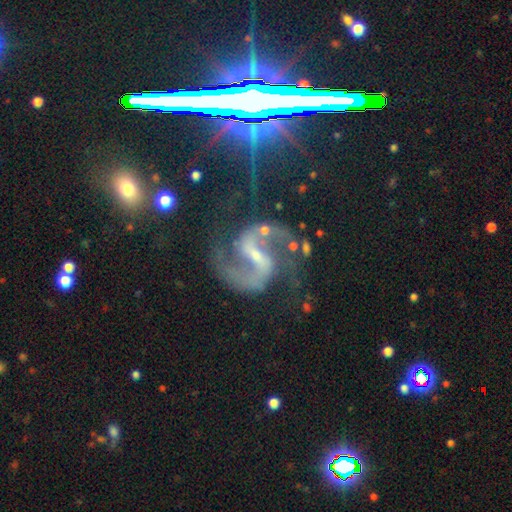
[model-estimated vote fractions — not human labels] smooth-or-featured: featured or disk: 87% | star or artifact: 10% | smooth: 3%
  disk-edge-on: no: 98% | yes: 2%
    bar: strong: 56% | weak: 33% | no: 11%
    has-spiral-arms: yes: 98% | no: 2%
      spiral-winding: medium: 59% | loose: 30% | tight: 11%
      spiral-arm-count: 2: 94% | can't tell: 2% | 3: 1% | 1: 1% | 4: 1% | more than 4: 1%
    bulge-size: small: 63% | moderate: 21% | none: 13% | large: 2% | dominant: 1%
  merging: none: 70% | minor disturbance: 15% | major disturbance: 11% | merger: 4%